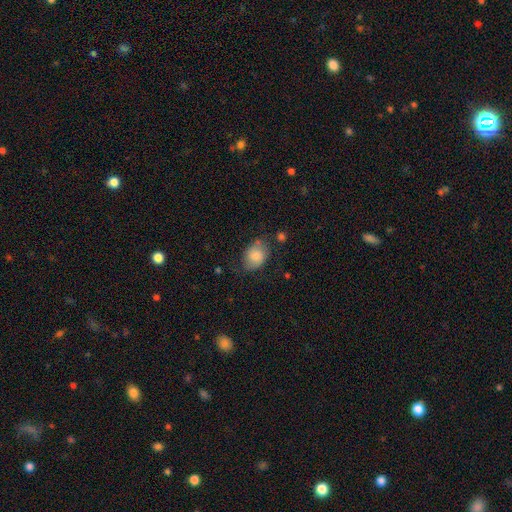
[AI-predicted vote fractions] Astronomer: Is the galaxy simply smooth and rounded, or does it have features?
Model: smooth — 77%.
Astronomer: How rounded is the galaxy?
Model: in between — 62% (runner-up: round, 37%).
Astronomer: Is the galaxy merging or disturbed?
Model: none — 61%.